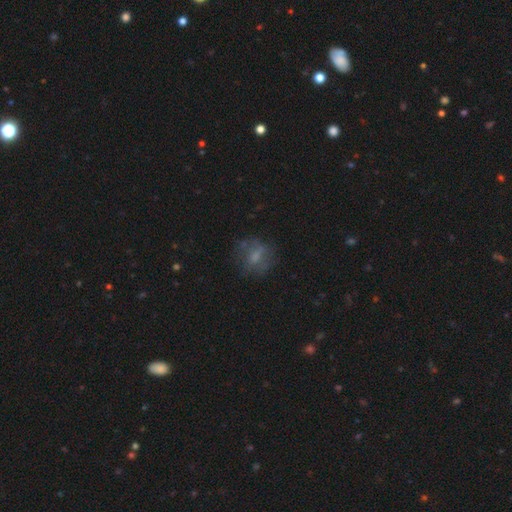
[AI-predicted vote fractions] A smooth galaxy with no disk features (52%) that is round (57%). Merging: none (61%).